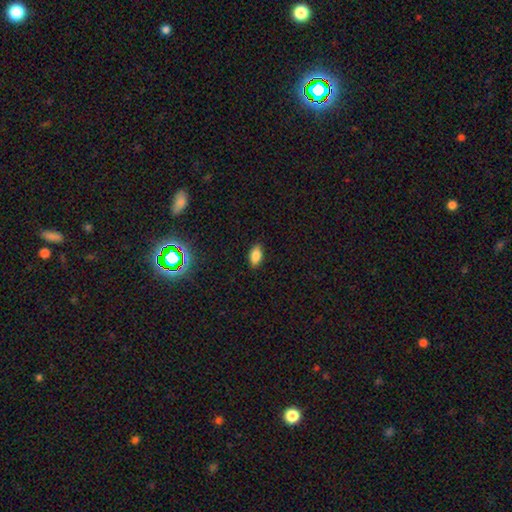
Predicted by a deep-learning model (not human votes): Smooth or featured? smooth (85%)
How rounded? in between (92%)
Merging? none (87%)